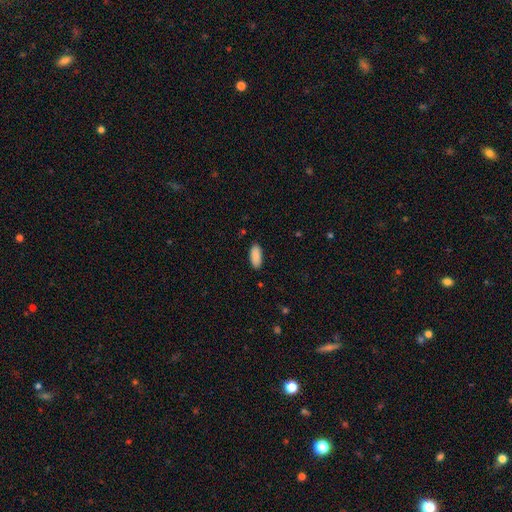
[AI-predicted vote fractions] Q: Smooth or featured?
A: smooth (90%); runner-up: star or artifact (6%)
Q: How rounded?
A: in between (82%); runner-up: cigar-shaped (16%)
Q: Merging?
A: none (88%); runner-up: minor disturbance (9%)